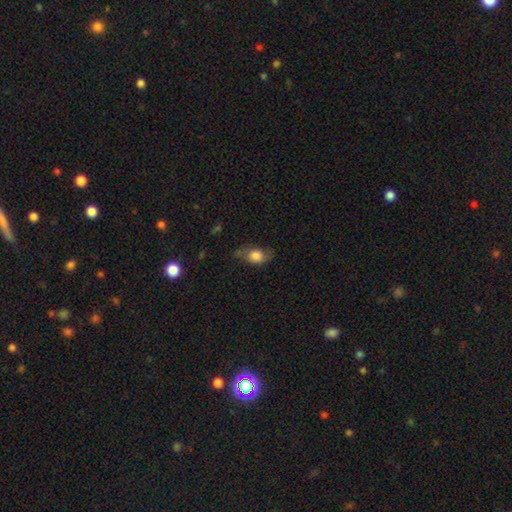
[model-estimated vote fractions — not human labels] Smooth or featured? smooth (76%)
How rounded? in between (74%)
Merging? none (58%)